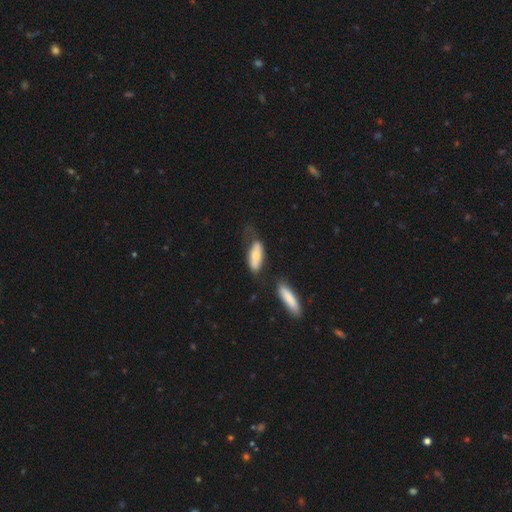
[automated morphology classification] Smooth or featured? smooth (62%)
How rounded? in between (71%)
Merging? none (44%)